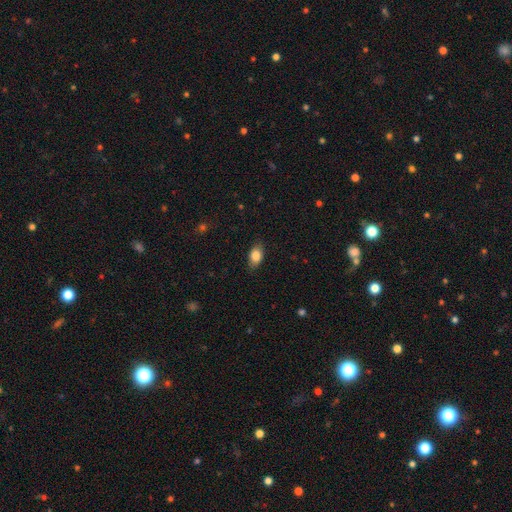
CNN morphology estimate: This appears to be a smooth galaxy with no disk features (84%) that is in between round and cigar-shaped (87%). Merging: none (84%).